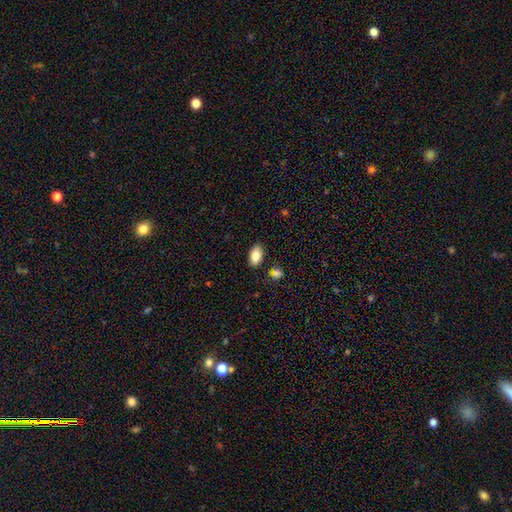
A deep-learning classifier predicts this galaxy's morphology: Smooth or featured? smooth (84%)
How rounded? in between (93%)
Merging? none (85%)